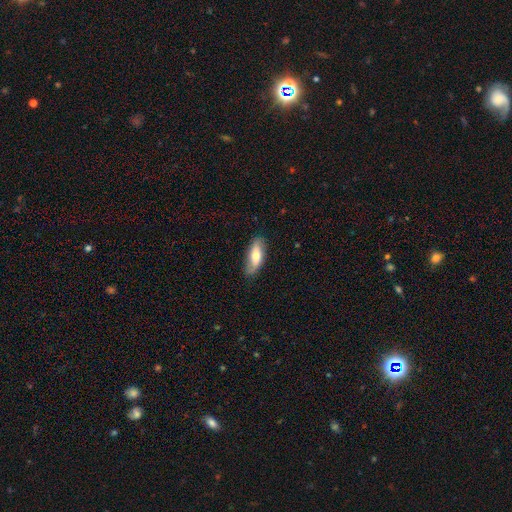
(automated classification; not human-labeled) The model was most divided on "smooth or featured": smooth: 63%, featured or disk: 30%, star or artifact: 6%. More confident: merging — none (79%); how rounded — in between (75%).